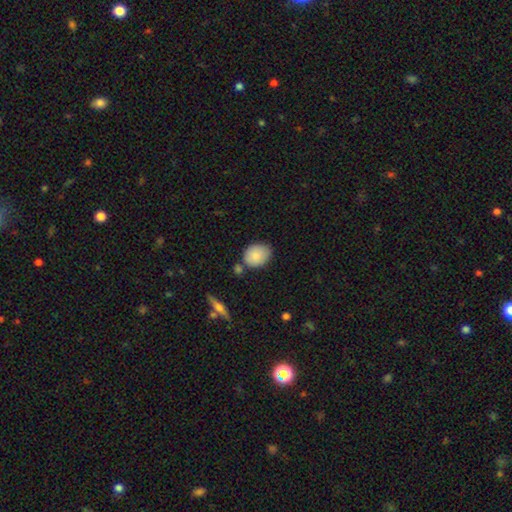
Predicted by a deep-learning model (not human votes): This appears to be a smooth galaxy with no disk features (82%) that is in between round and cigar-shaped (61%). Merging: none (70%).